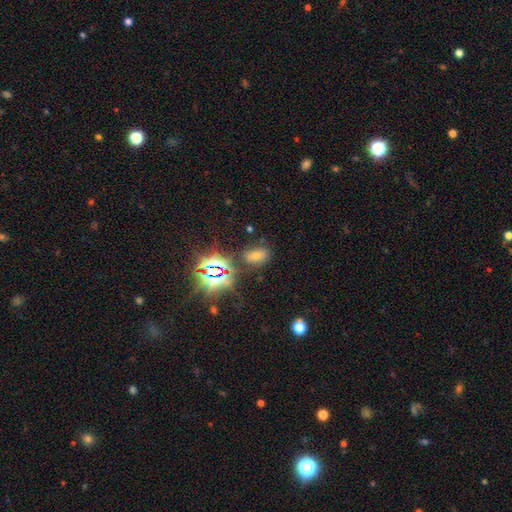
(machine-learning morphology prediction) This appears to be a star or artifact, not a galaxy (51%).